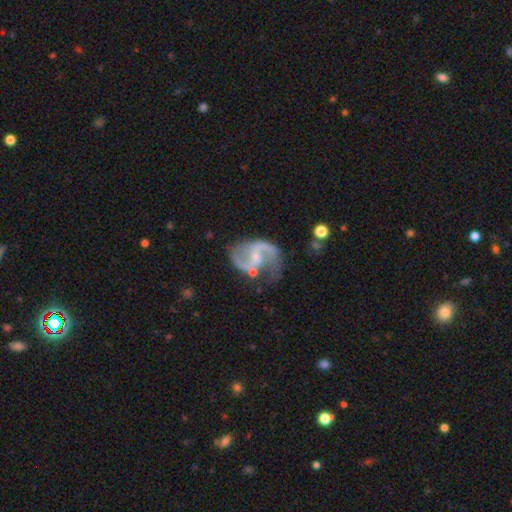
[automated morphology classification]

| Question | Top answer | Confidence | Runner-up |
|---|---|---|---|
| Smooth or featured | featured or disk | 90% | smooth (5%) |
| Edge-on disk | no | 98% | yes (2%) |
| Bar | weak | 52% | no (27%) |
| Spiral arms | yes | 96% | no (4%) |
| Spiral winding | loose | 54% | medium (40%) |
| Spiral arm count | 2 | 92% | 1 (2%) |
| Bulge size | small | 53% | moderate (22%) |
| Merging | none | 61% | minor disturbance (21%) |